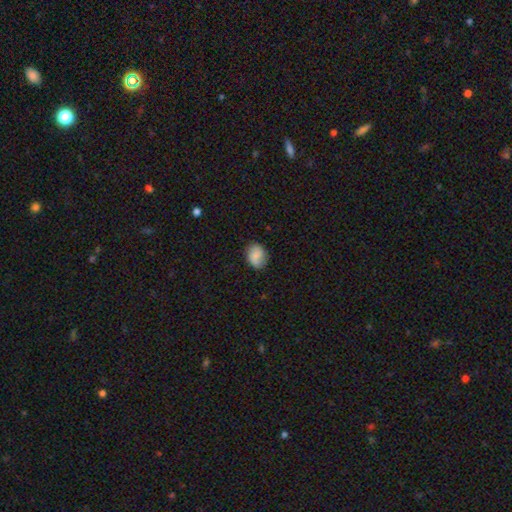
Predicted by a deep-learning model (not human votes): This appears to be a smooth galaxy with no disk features (79%) that is in between round and cigar-shaped (57%). Merging: none (79%).